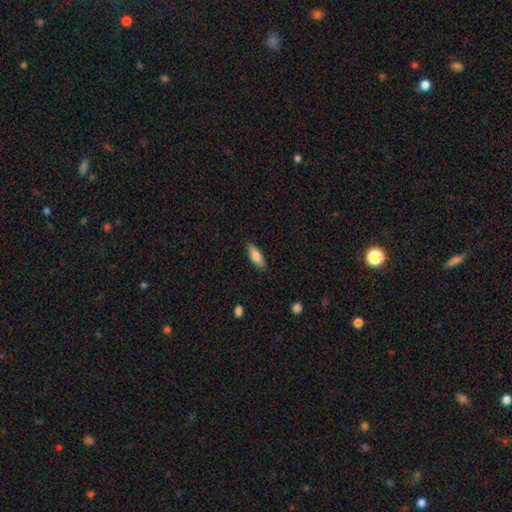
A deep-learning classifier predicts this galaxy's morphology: A smooth galaxy with no disk features (80%) that is in between round and cigar-shaped (55%).

Vote fractions:
- Smooth or featured? smooth: 80% / featured or disk: 13% / star or artifact: 6%
- How rounded? in between: 55% / cigar-shaped: 43% / round: 2%
- Merging? none: 85% / minor disturbance: 11% / major disturbance: 2% / merger: 1%